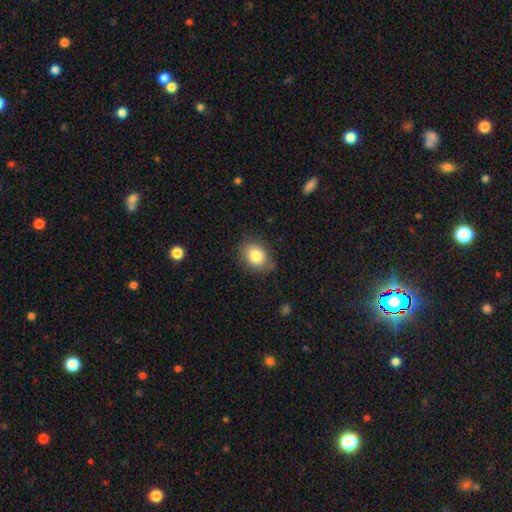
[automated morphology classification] smooth-or-featured: smooth: 82% | featured or disk: 9% | star or artifact: 9%
  how-rounded: in between: 57% | round: 42% | cigar-shaped: 1%
  merging: none: 78% | minor disturbance: 16% | major disturbance: 4% | merger: 2%